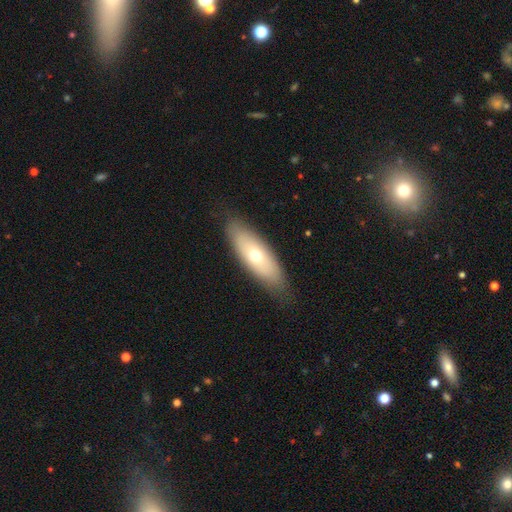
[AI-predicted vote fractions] Smooth or featured? Predicted: smooth (p=0.58). How rounded? Predicted: in between (p=0.65). Merging? Predicted: none (p=0.83).